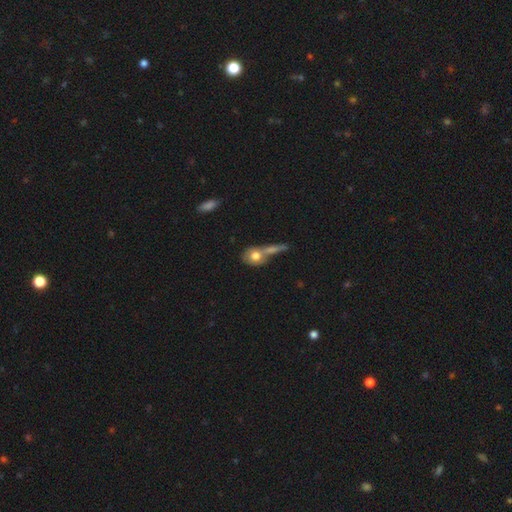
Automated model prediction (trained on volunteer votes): Q: Smooth or featured?
A: smooth (69%); runner-up: featured or disk (23%)
Q: How rounded?
A: round (51%); runner-up: in between (43%)
Q: Merging?
A: merger (47%); runner-up: none (34%)